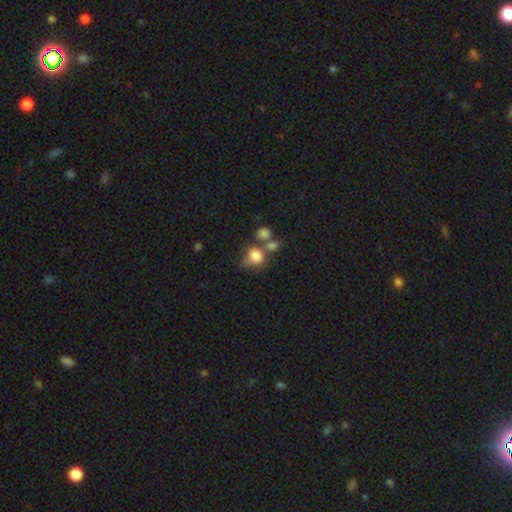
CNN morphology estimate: Smooth or featured?
  - smooth: 77% *
  - featured or disk: 12%
  - star or artifact: 11%
How rounded?
  - round: 69% *
  - in between: 30%
  - cigar-shaped: 1%
Merging?
  - none: 38% *
  - merger: 36%
  - minor disturbance: 16%
  - major disturbance: 10%